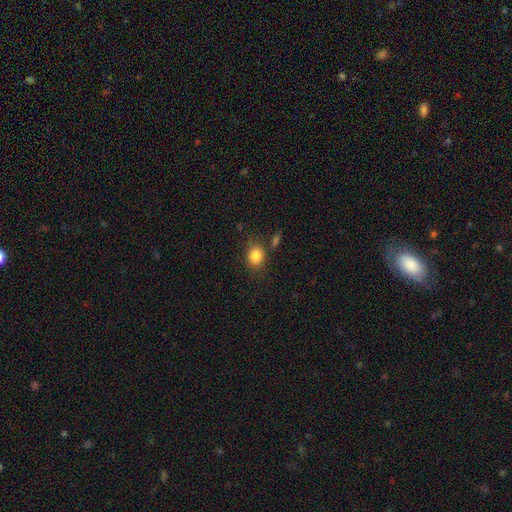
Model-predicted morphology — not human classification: A smooth galaxy with no disk features (85%) that is round (61%).

Vote fractions:
- Smooth or featured? smooth: 85% / star or artifact: 10% / featured or disk: 6%
- How rounded? round: 61% / in between: 38% / cigar-shaped: 1%
- Merging? none: 76% / minor disturbance: 13% / merger: 6% / major disturbance: 4%